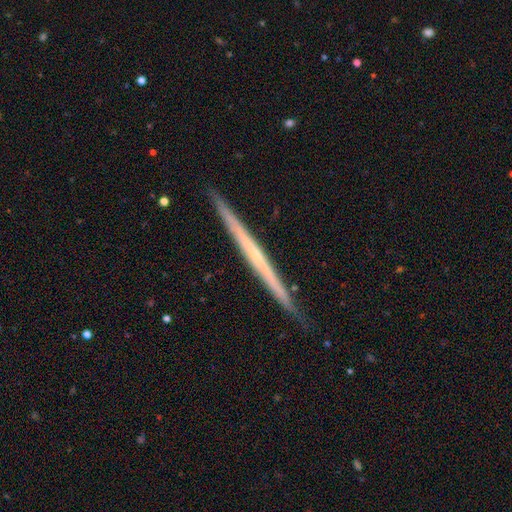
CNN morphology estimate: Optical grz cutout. It shows a featured or disk galaxy (67%) viewed edge-on (98%) with no central bulge (85%). Merging: none (90%).